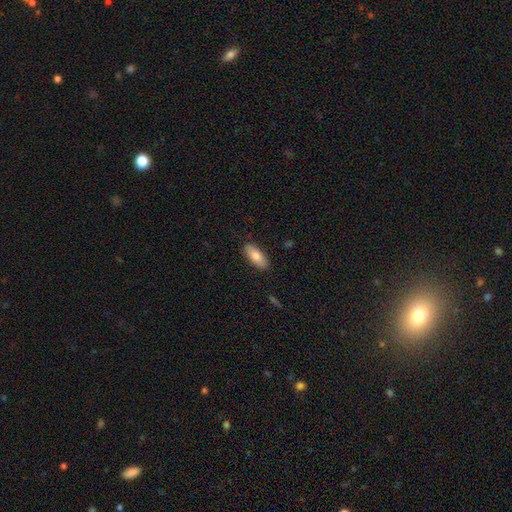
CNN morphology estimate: smooth-or-featured: smooth: 80% | featured or disk: 14% | star or artifact: 6%
  how-rounded: in between: 81% | cigar-shaped: 17% | round: 2%
  merging: none: 87% | minor disturbance: 10% | major disturbance: 2% | merger: 1%